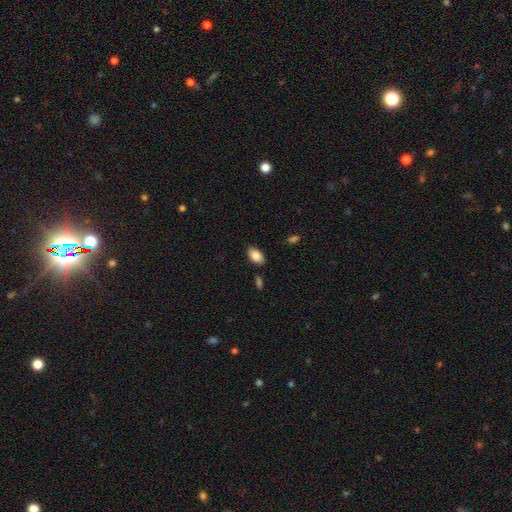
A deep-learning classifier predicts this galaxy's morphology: Smooth or featured: smooth — 87% (star or artifact — 7%)
How rounded: in between — 93% (round — 5%)
Merging: none — 84% (minor disturbance — 11%)